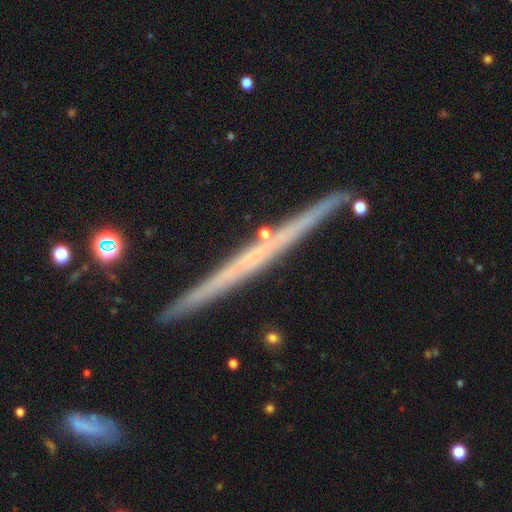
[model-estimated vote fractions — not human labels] Morphology: type=featured or disk (72%); edge-on=yes (98%); edge-on bulge=none (83%); merging=none (88%).